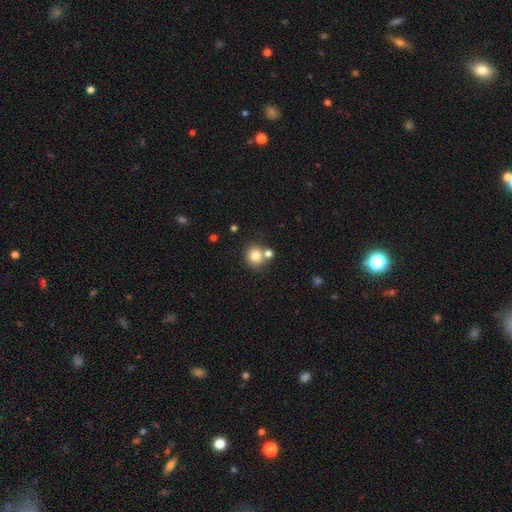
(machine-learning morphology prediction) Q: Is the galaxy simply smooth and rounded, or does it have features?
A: smooth — 80%.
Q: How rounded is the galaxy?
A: round — 87%.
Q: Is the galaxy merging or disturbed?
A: none — 63%.